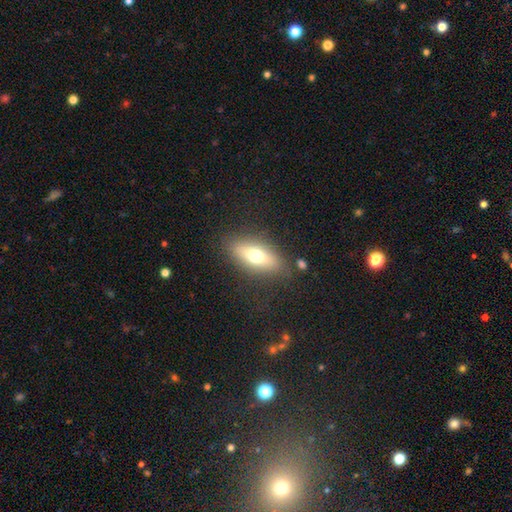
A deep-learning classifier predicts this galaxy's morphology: This appears to be a smooth galaxy with no disk features (64%) that is in between round and cigar-shaped (74%). Merging: none (80%).